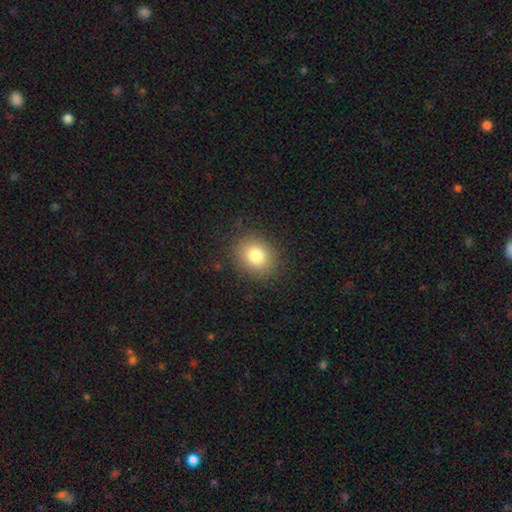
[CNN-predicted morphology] A smooth galaxy with no disk features (81%) that is round (62%).

Vote fractions:
- Smooth or featured? smooth: 81% / star or artifact: 10% / featured or disk: 8%
- How rounded? round: 62% / in between: 37% / cigar-shaped: 1%
- Merging? none: 87% / minor disturbance: 9% / major disturbance: 3% / merger: 1%